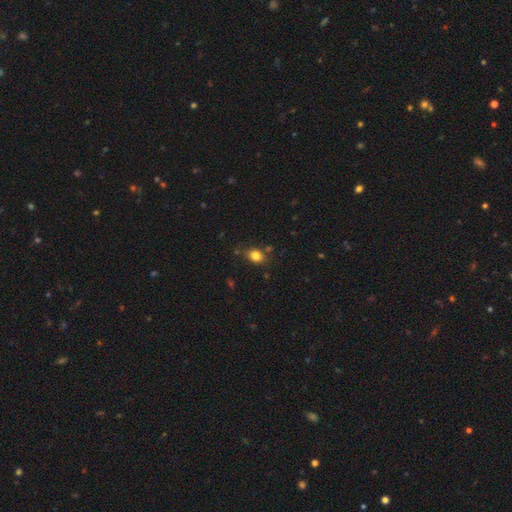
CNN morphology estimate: This is clearly a smooth galaxy (82%). How rounded: possibly in between (50%). Merging: likely none (78%).